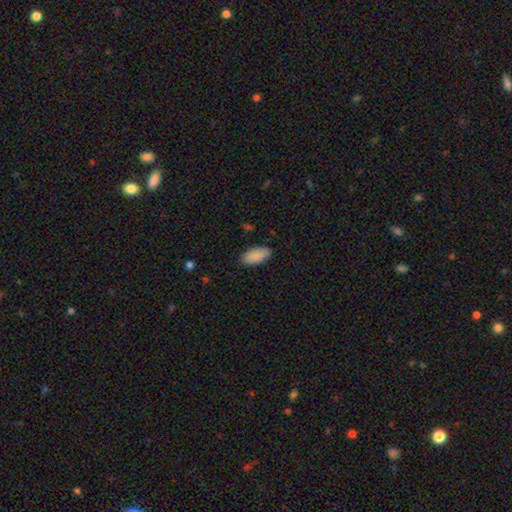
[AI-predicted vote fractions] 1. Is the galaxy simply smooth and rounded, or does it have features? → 89% smooth, 6% star or artifact, 5% featured or disk.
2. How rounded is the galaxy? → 92% in between, 6% cigar-shaped, 2% round.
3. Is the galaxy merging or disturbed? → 85% none, 11% minor disturbance, 2% major disturbance, 1% merger.